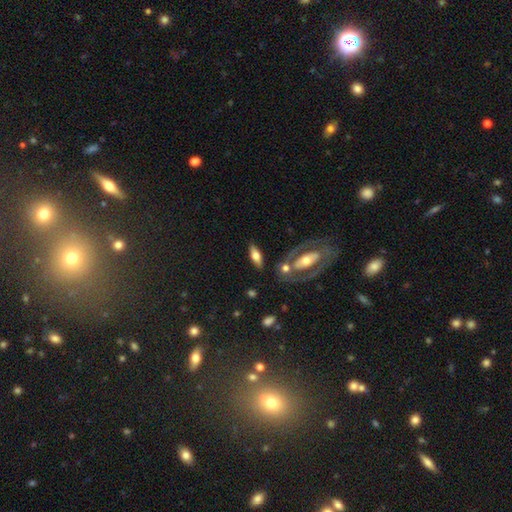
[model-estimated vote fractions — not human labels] smooth-or-featured: smooth: 55% | featured or disk: 39% | star or artifact: 6%
  how-rounded: in between: 71% | cigar-shaped: 25% | round: 4%
  merging: none: 76% | minor disturbance: 12% | merger: 8% | major disturbance: 4%